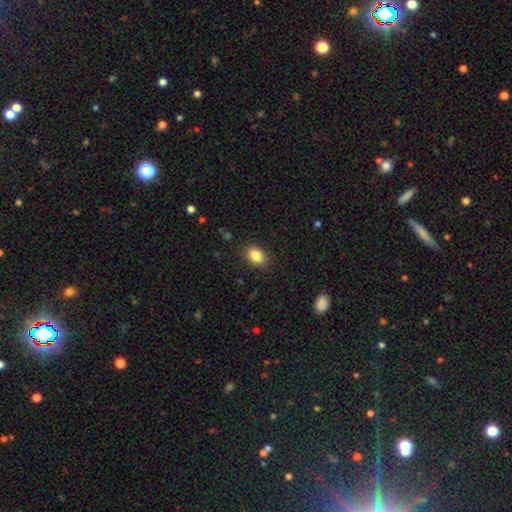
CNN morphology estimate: smooth_or_featured: smooth (p=0.85) [alt: star or artifact p=0.09]
how_rounded: in between (p=0.78) [alt: round p=0.21]
merging: none (p=0.86) [alt: minor disturbance p=0.10]